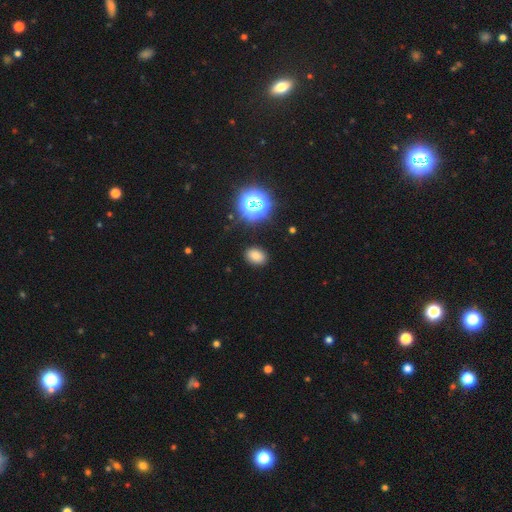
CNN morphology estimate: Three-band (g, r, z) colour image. It shows a smooth galaxy with no disk features (74%) that is in between round and cigar-shaped (73%). Merging: none (87%).